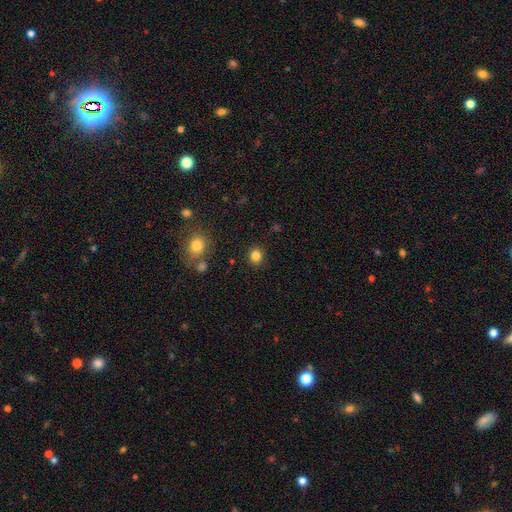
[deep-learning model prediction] smooth_or_featured: smooth (p=0.84) [alt: star or artifact p=0.12]
how_rounded: round (p=0.85) [alt: in between p=0.14]
merging: none (p=0.89) [alt: minor disturbance p=0.06]